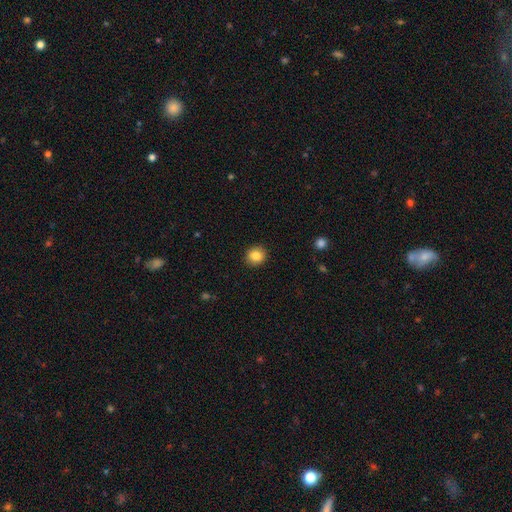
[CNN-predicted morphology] smooth_or_featured: smooth (p=0.86) [alt: star or artifact p=0.09]
how_rounded: round (p=0.81) [alt: in between p=0.18]
merging: none (p=0.90) [alt: minor disturbance p=0.07]